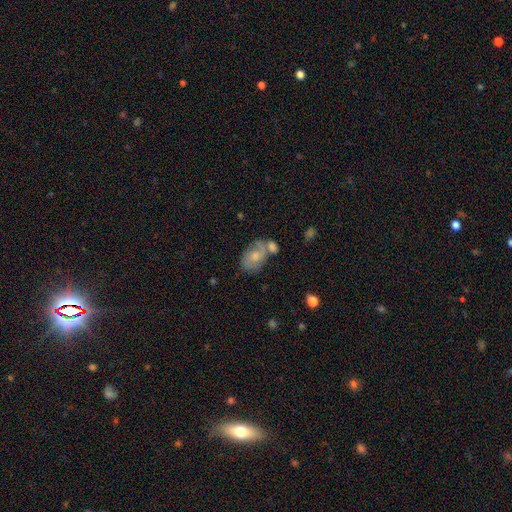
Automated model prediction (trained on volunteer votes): Morphology: type=smooth (49%); merging=none (41%).